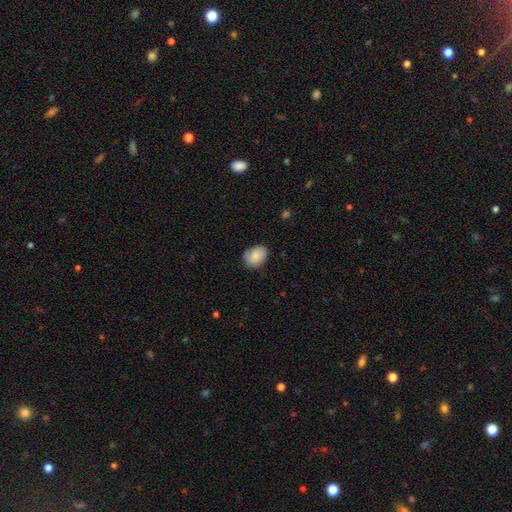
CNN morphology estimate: Smooth or featured?
  - smooth: 83% *
  - featured or disk: 10%
  - star or artifact: 7%
How rounded?
  - in between: 68% *
  - round: 32%
  - cigar-shaped: 1%
Merging?
  - none: 74% *
  - minor disturbance: 20%
  - major disturbance: 4%
  - merger: 1%